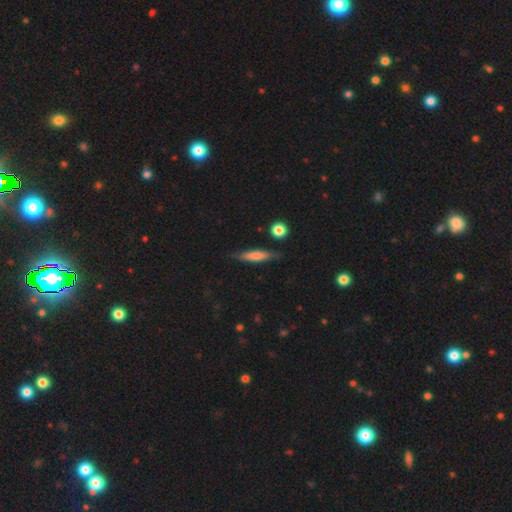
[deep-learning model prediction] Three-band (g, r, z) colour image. It shows a smooth galaxy with no disk features (58%) that is cigar-shaped (84%). Merging: none (81%).